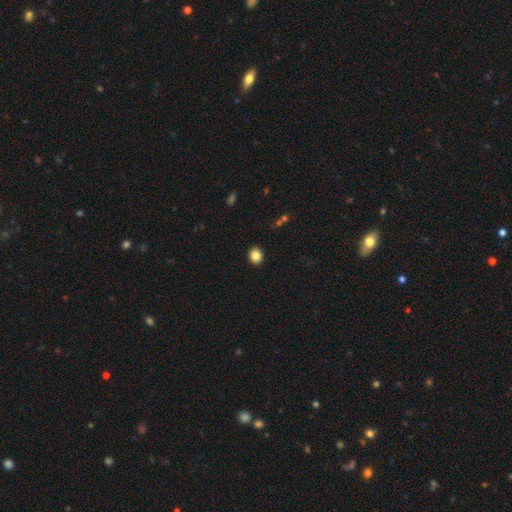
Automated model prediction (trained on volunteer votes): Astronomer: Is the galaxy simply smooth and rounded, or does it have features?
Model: smooth — 85%.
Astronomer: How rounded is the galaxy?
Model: round — 69%.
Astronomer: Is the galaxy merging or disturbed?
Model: none — 91%.